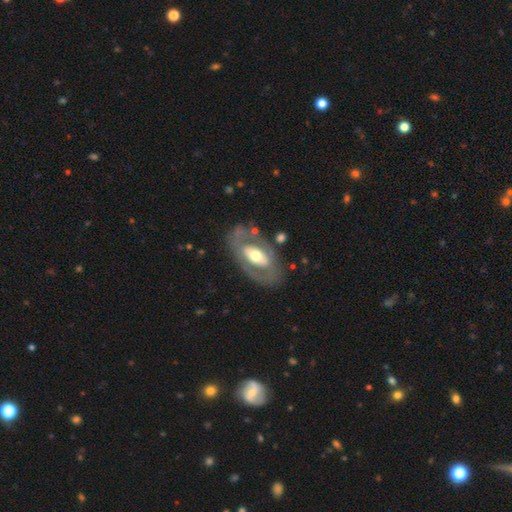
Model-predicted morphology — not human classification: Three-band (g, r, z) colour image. It shows a featured or disk galaxy (65%) with no bar (55%), no spiral arms (71%) and a moderate central bulge (62%). Merging: none (72%).